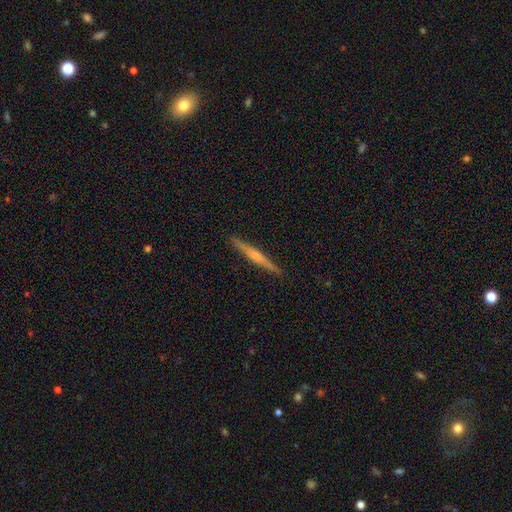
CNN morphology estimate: Smooth or featured?
  - featured or disk: 62% *
  - smooth: 33%
  - star or artifact: 6%
Edge-on disk?
  - yes: 98% *
  - no: 2%
Edge-on bulge?
  - rounded: 54% *
  - none: 29%
  - boxy: 17%
Merging?
  - none: 92% *
  - minor disturbance: 6%
  - major disturbance: 1%
  - merger: 1%